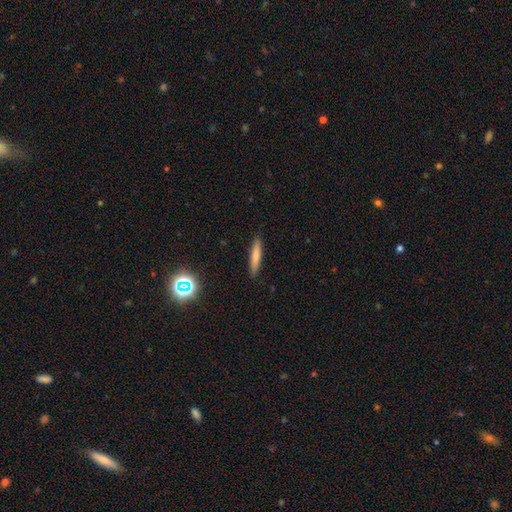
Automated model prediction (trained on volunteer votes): smooth_or_featured: smooth (p=0.74) [alt: featured or disk p=0.17]
how_rounded: cigar-shaped (p=0.91) [alt: in between p=0.08]
merging: none (p=0.90) [alt: minor disturbance p=0.07]